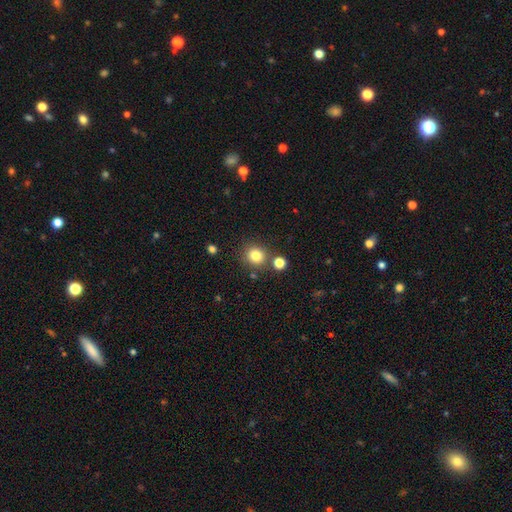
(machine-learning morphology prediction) type=smooth (81%); roundness=round (86%); merging=none (80%).